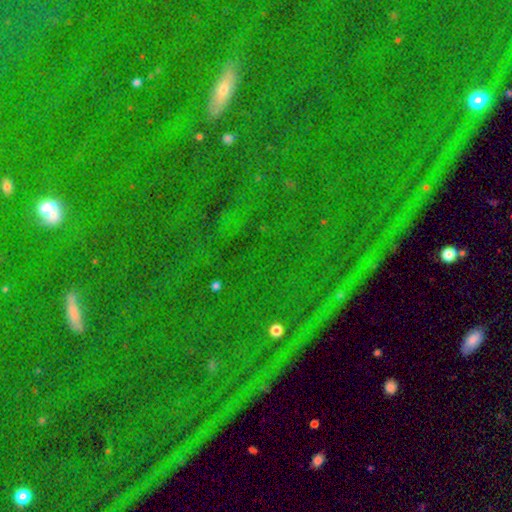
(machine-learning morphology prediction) This is clearly a star or artifact rather than a galaxy (80%).